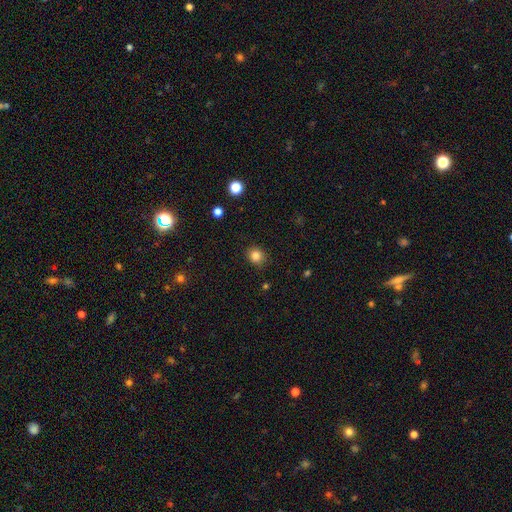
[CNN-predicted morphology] The model was most divided on "how rounded": round: 78%, in between: 21%, cigar-shaped: 1%. More confident: merging — none (87%); smooth or featured — smooth (83%).